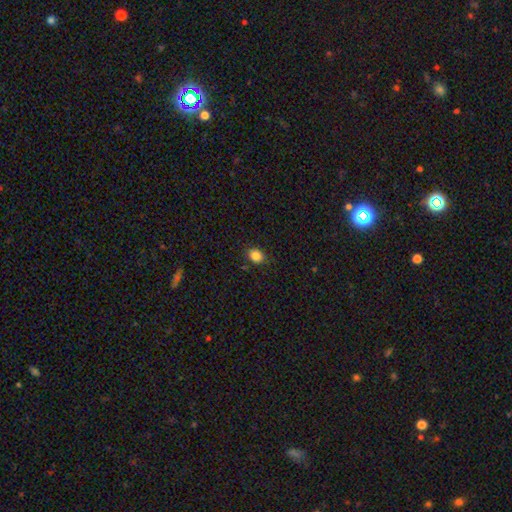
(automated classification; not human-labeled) Smooth or featured: smooth — 85% (star or artifact — 11%)
How rounded: round — 55% (in between — 44%)
Merging: none — 84% (minor disturbance — 11%)